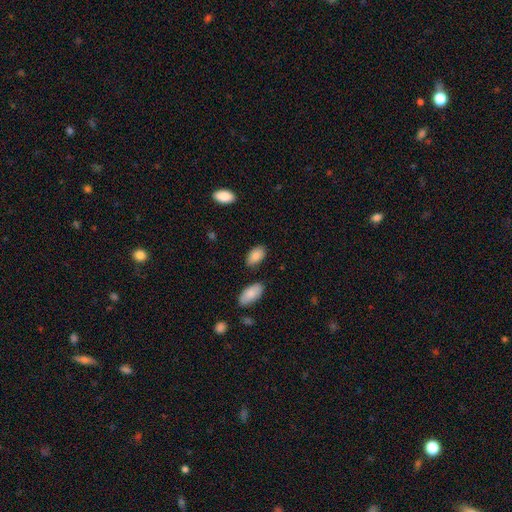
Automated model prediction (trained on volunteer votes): The model was most divided on "merging": none: 82%, minor disturbance: 11%, merger: 4%, major disturbance: 3%. More confident: how rounded — in between (95%); smooth or featured — smooth (88%).